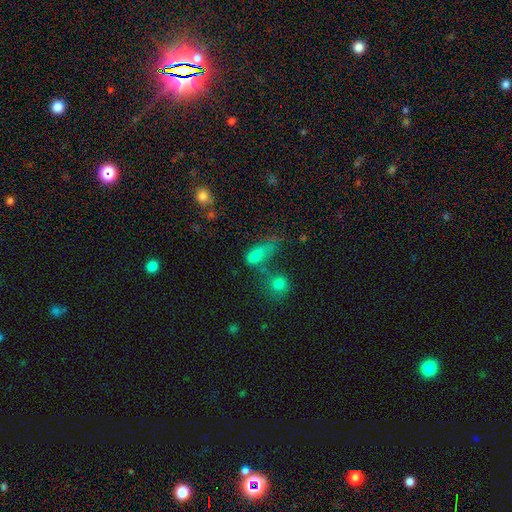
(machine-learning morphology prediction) Overall: smooth (74%). How rounded: in between (74%). Merging: none (31%; merger 28%).